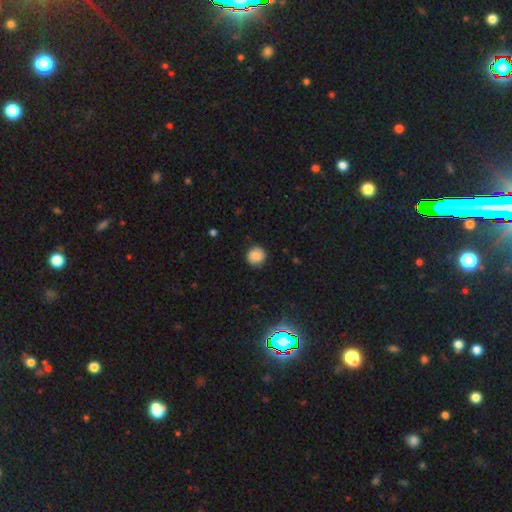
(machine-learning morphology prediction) smooth-or-featured: smooth: 84% | star or artifact: 10% | featured or disk: 6%
  how-rounded: round: 91% | in between: 8% | cigar-shaped: 1%
  merging: none: 86% | minor disturbance: 11% | major disturbance: 2% | merger: 1%